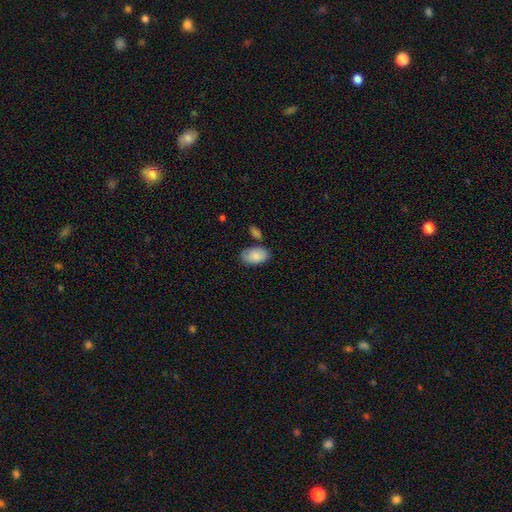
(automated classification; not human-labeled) This is clearly a smooth galaxy (84%). How rounded: clearly in between (93%). Merging: likely none (70%).